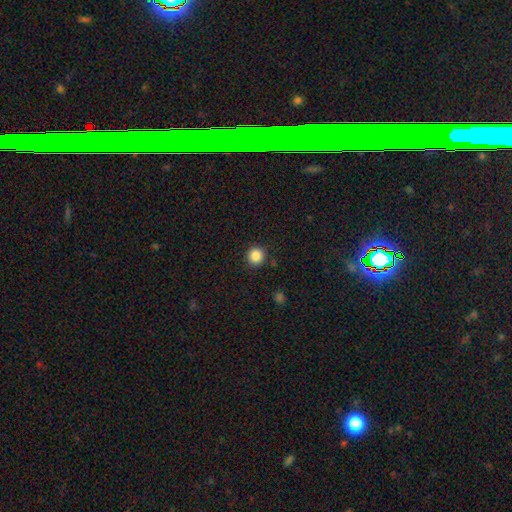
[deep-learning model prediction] A smooth galaxy with no disk features (86%) that is round (94%). Merging: none (91%).